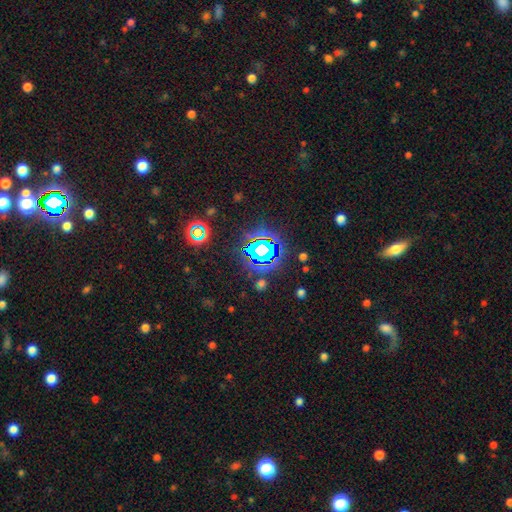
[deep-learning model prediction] Overall: star or artifact (80%).